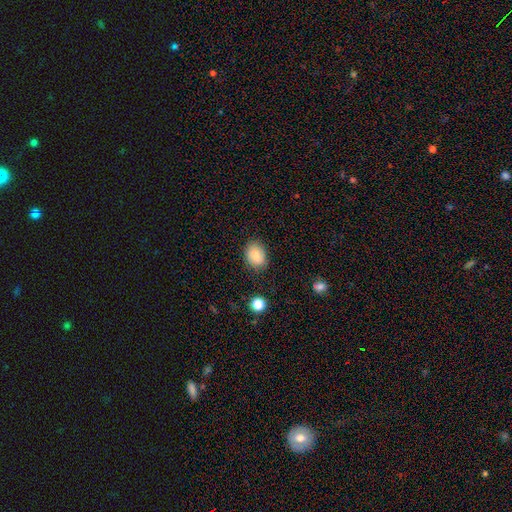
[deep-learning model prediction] A smooth galaxy with no disk features (83%) that is in between round and cigar-shaped (58%). Merging: none (82%).